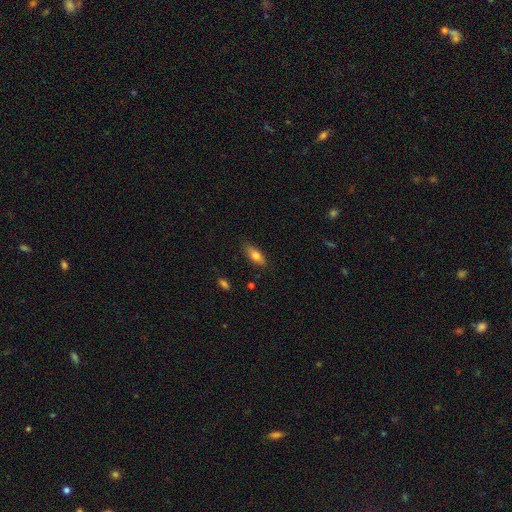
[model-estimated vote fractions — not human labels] The model was most divided on "how rounded": in between: 75%, cigar-shaped: 22%, round: 3%. More confident: merging — none (82%); smooth or featured — smooth (75%).